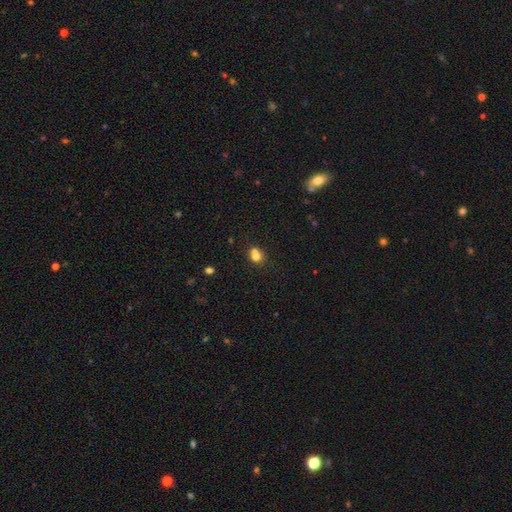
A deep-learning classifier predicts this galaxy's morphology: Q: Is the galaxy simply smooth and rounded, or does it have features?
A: smooth — 75%.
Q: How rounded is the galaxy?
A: round — 69%.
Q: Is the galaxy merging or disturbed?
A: none — 45%.